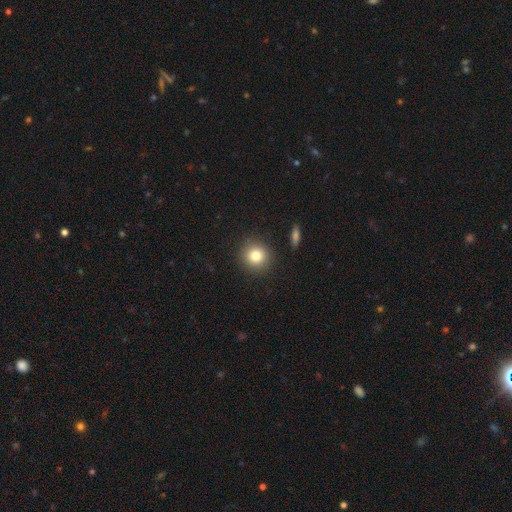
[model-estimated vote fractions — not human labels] A smooth galaxy with no disk features (81%) that is round (91%). Merging: none (89%).